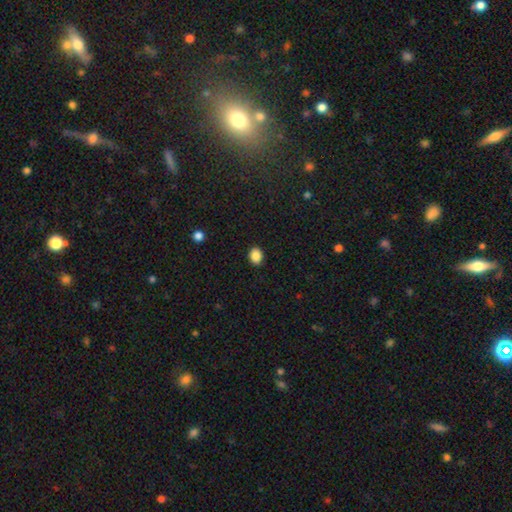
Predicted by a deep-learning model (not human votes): Morphology: type=smooth (87%); roundness=in between (55%); merging=none (90%).